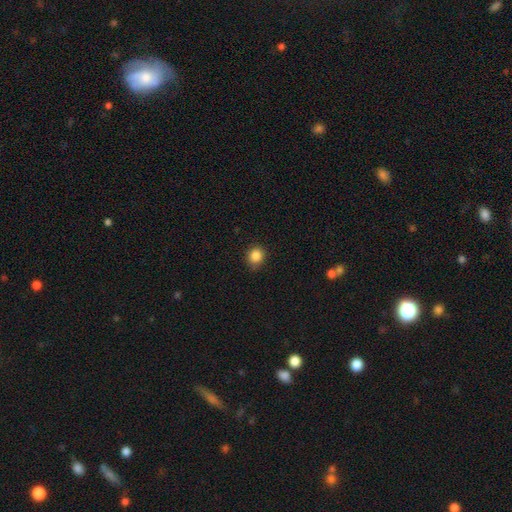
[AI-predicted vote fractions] smooth_or_featured: smooth (p=0.86) [alt: star or artifact p=0.10]
how_rounded: round (p=0.81) [alt: in between p=0.18]
merging: none (p=0.82) [alt: minor disturbance p=0.14]